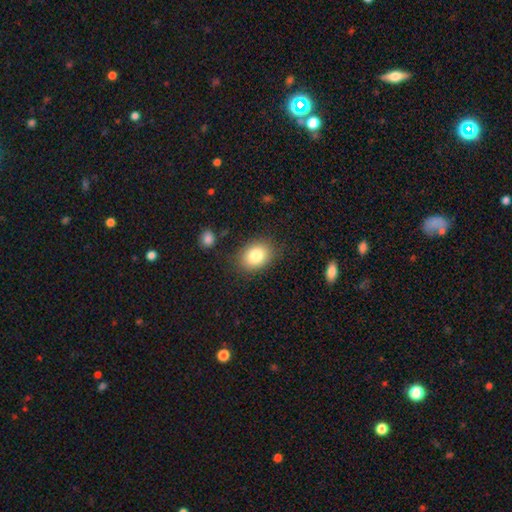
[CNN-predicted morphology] smooth 82%, featured or disk 9%, star or artifact 9%. Down the decision tree: how rounded — in between (66%); merging — none (83%).